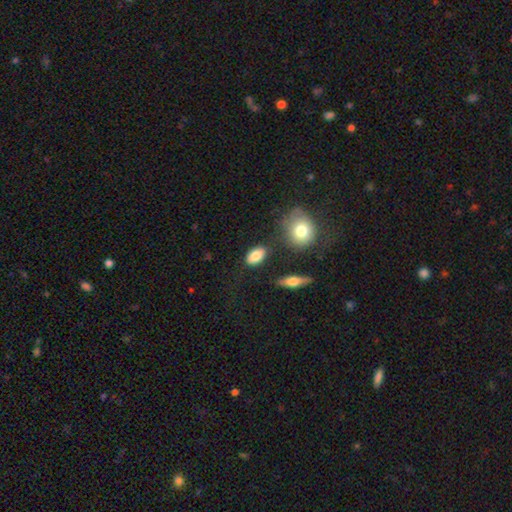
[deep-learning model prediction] Smooth or featured?
  - smooth: 83% *
  - featured or disk: 10%
  - star or artifact: 7%
How rounded?
  - in between: 88% *
  - round: 9%
  - cigar-shaped: 3%
Merging?
  - none: 78% *
  - minor disturbance: 13%
  - merger: 5%
  - major disturbance: 4%